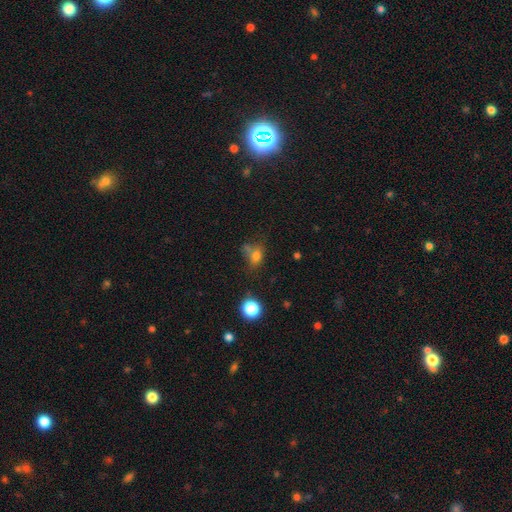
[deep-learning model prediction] A smooth galaxy with no disk features (70%) that is in between round and cigar-shaped (54%).

Vote fractions:
- Smooth or featured? smooth: 70% / star or artifact: 19% / featured or disk: 12%
- How rounded? in between: 54% / round: 43% / cigar-shaped: 2%
- Merging? none: 47% / minor disturbance: 22% / merger: 17% / major disturbance: 14%